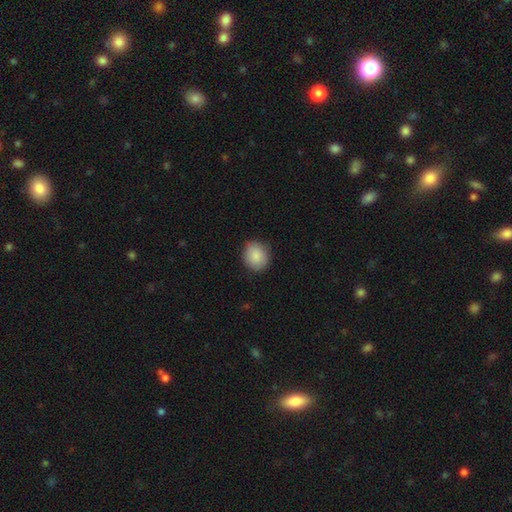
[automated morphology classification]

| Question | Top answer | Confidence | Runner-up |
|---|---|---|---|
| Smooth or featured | smooth | 88% | star or artifact (7%) |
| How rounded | round | 70% | in between (29%) |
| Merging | none | 84% | minor disturbance (12%) |